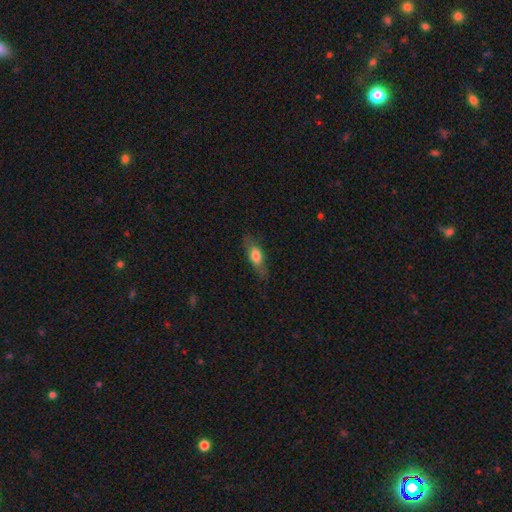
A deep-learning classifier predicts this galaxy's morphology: Q: Smooth or featured?
A: smooth (64%); runner-up: featured or disk (29%)
Q: How rounded?
A: in between (60%); runner-up: cigar-shaped (36%)
Q: Merging?
A: none (74%); runner-up: minor disturbance (18%)